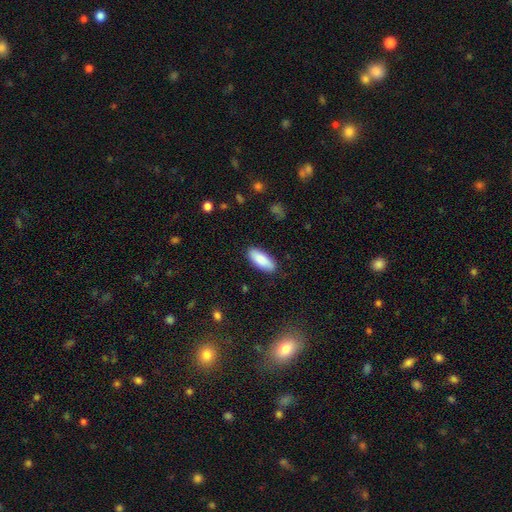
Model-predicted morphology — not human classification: Overall: smooth (84%). How rounded: in between (79%). Merging: none (88%).